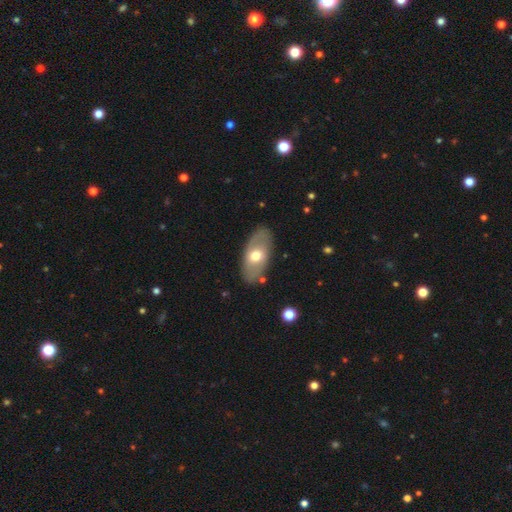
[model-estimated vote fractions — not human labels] This appears to be a smooth galaxy with no disk features (54%) that is in between round and cigar-shaped (92%). Merging: none (83%).